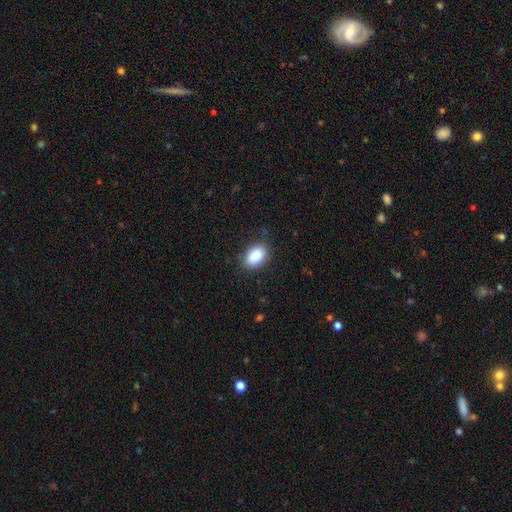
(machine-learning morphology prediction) A smooth galaxy with no disk features (85%) that is in between round and cigar-shaped (82%).

Vote fractions:
- Smooth or featured? smooth: 85% / star or artifact: 8% / featured or disk: 7%
- How rounded? in between: 82% / round: 16% / cigar-shaped: 1%
- Merging? none: 82% / minor disturbance: 14% / major disturbance: 3% / merger: 1%